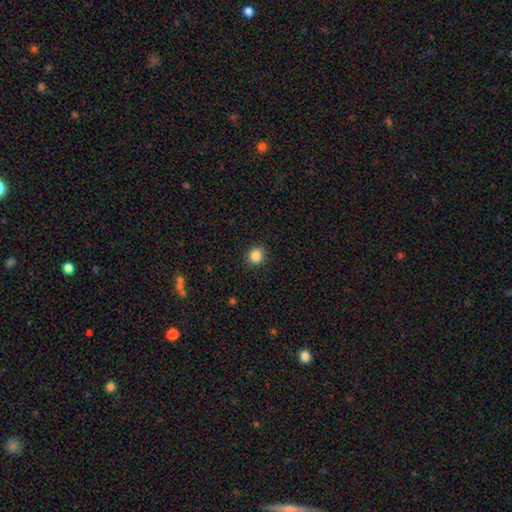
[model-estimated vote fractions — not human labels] Smooth or featured: smooth — 86% (star or artifact — 10%)
How rounded: round — 90% (in between — 9%)
Merging: none — 91% (minor disturbance — 6%)